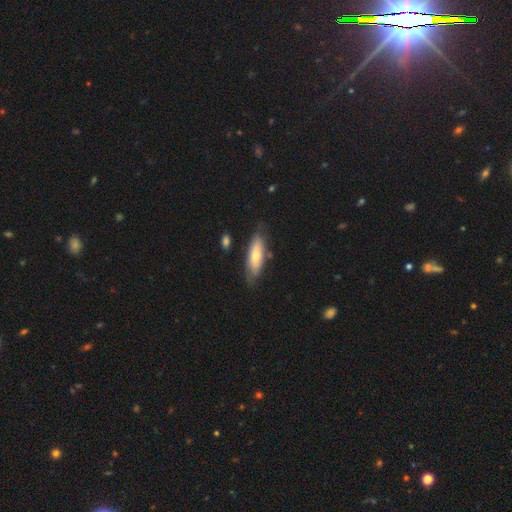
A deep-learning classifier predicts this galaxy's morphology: smooth-or-featured: smooth: 58% | featured or disk: 36% | star or artifact: 6%
  how-rounded: in between: 58% | cigar-shaped: 40% | round: 2%
  merging: none: 72% | minor disturbance: 20% | major disturbance: 5% | merger: 3%